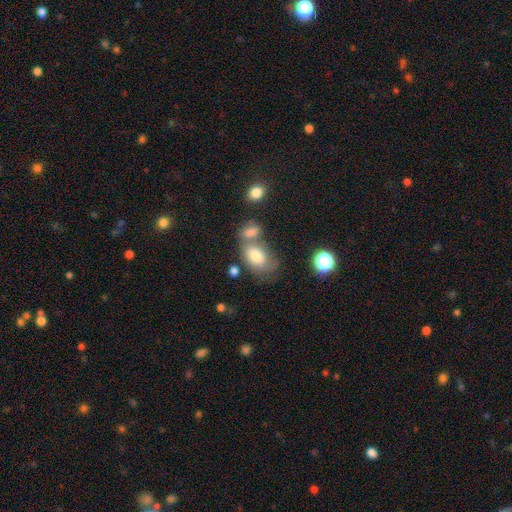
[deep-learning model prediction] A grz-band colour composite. It shows a smooth galaxy with no disk features (76%) that is in between round and cigar-shaped (87%). Merging: merger (38%).